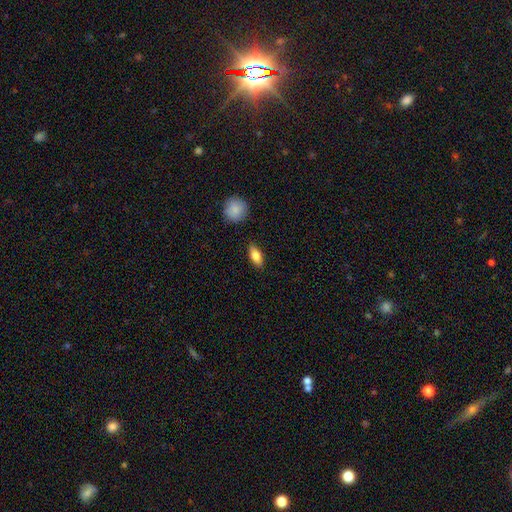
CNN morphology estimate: Smooth or featured?
  - smooth: 76% *
  - featured or disk: 17%
  - star or artifact: 7%
How rounded?
  - in between: 81% *
  - cigar-shaped: 15%
  - round: 4%
Merging?
  - none: 87% *
  - minor disturbance: 9%
  - major disturbance: 2%
  - merger: 2%